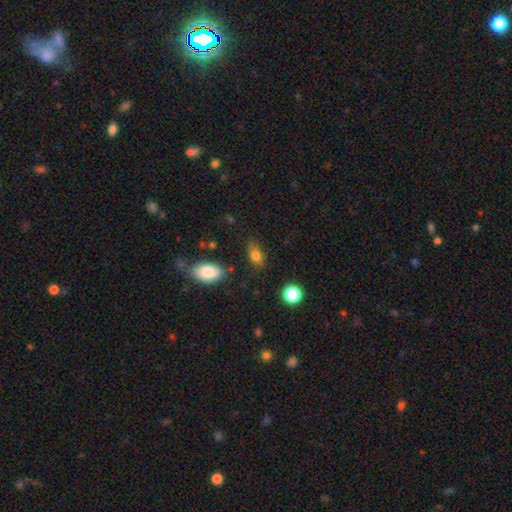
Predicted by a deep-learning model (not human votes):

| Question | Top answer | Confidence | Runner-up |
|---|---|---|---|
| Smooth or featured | smooth | 78% | featured or disk (12%) |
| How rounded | in between | 81% | round (12%) |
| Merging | none | 72% | minor disturbance (19%) |